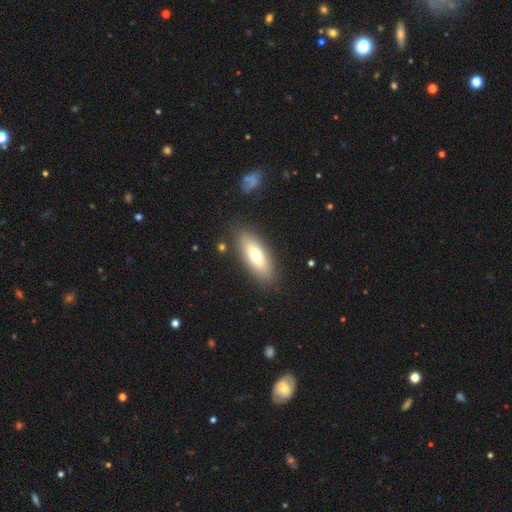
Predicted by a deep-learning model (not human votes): Smooth or featured? smooth (66%)
How rounded? in between (70%)
Merging? none (86%)